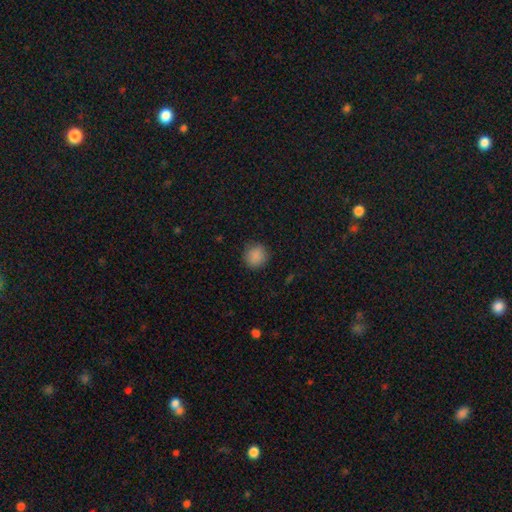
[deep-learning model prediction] smooth_or_featured: smooth (p=0.88) [alt: star or artifact p=0.09]
how_rounded: round (p=0.90) [alt: in between p=0.09]
merging: none (p=0.88) [alt: minor disturbance p=0.09]